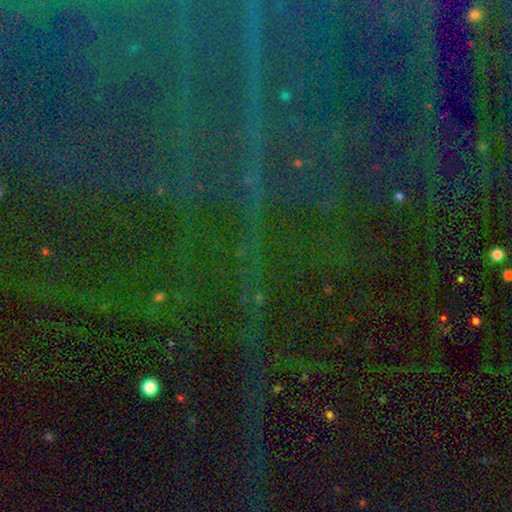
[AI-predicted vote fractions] Smooth or featured?
  - star or artifact: 85% *
  - featured or disk: 8%
  - smooth: 7%